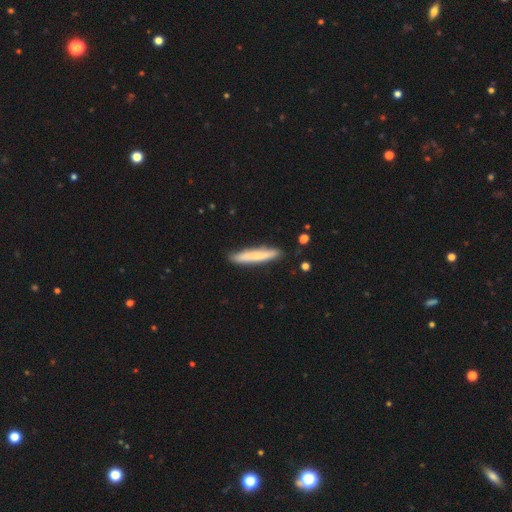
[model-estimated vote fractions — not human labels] A smooth galaxy with no disk features (64%) that is cigar-shaped (92%).

Vote fractions:
- Smooth or featured? smooth: 64% / featured or disk: 30% / star or artifact: 6%
- How rounded? cigar-shaped: 92% / in between: 7% / round: 1%
- Merging? none: 87% / minor disturbance: 10% / merger: 2% / major disturbance: 2%